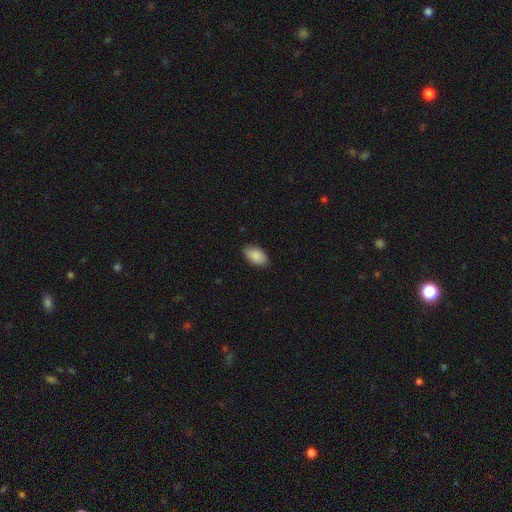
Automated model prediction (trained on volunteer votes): This is clearly a smooth galaxy (88%). How rounded: clearly in between (93%). Merging: clearly none (86%).